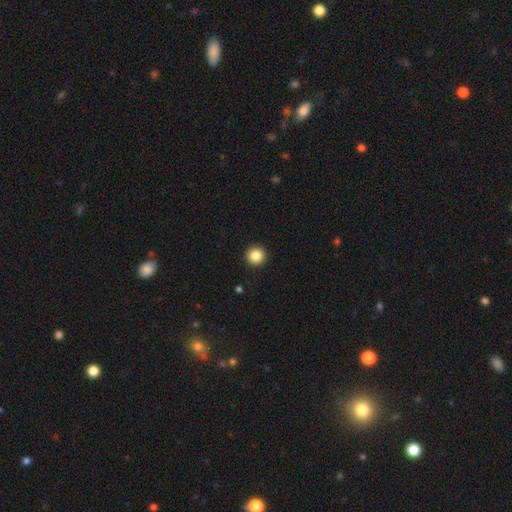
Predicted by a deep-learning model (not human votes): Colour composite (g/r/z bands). It shows a smooth galaxy with no disk features (86%) that is round (95%). Merging: none (93%).